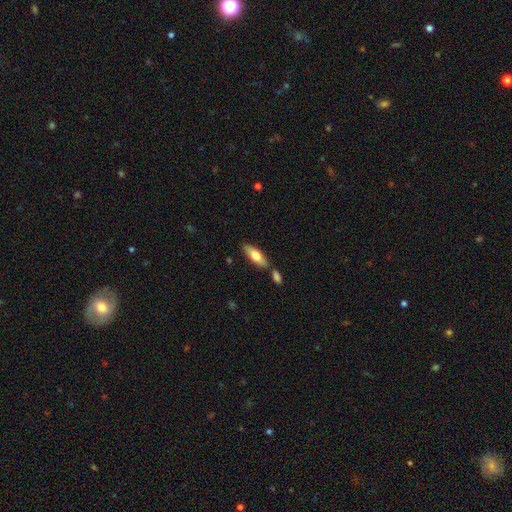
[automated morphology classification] Smooth or featured: smooth — 68% (featured or disk — 26%)
How rounded: in between — 61% (cigar-shaped — 37%)
Merging: none — 75% (minor disturbance — 12%)